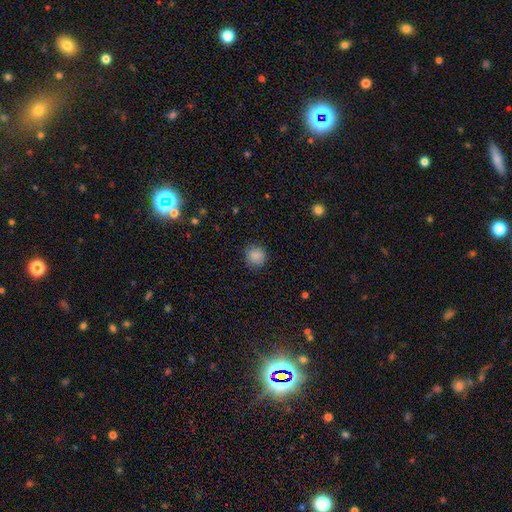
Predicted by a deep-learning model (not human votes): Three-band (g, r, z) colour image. It shows a smooth galaxy with no disk features (87%) that is round (91%). Merging: none (87%).